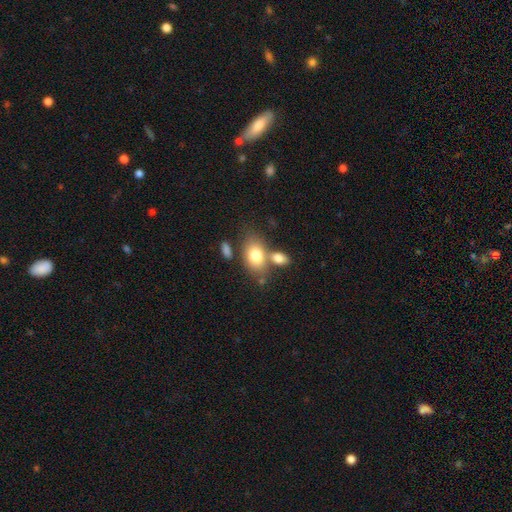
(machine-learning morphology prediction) Overall: smooth (77%). How rounded: in between (85%). Merging: none (49%; merger 33%).